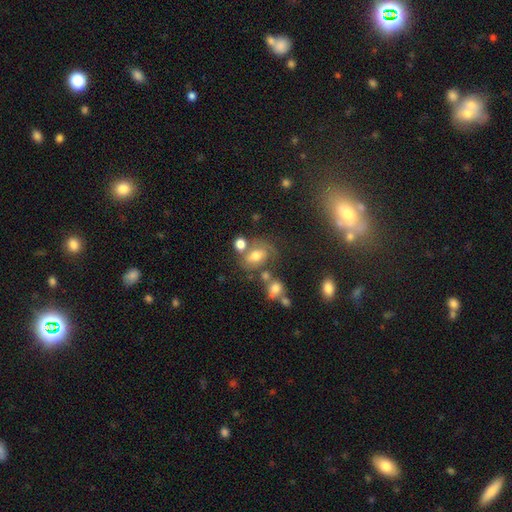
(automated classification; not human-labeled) Smooth or featured: smooth — 50% (featured or disk — 35%)
Merging: none — 44% (merger — 24%)